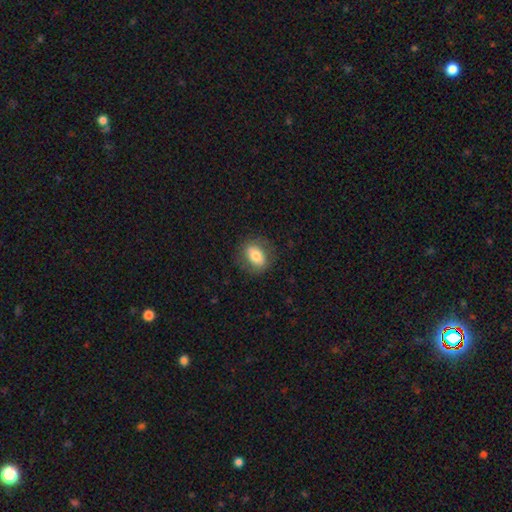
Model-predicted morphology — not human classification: This appears to be a smooth galaxy with no disk features (71%) that is in between round and cigar-shaped (74%). Merging: none (79%).